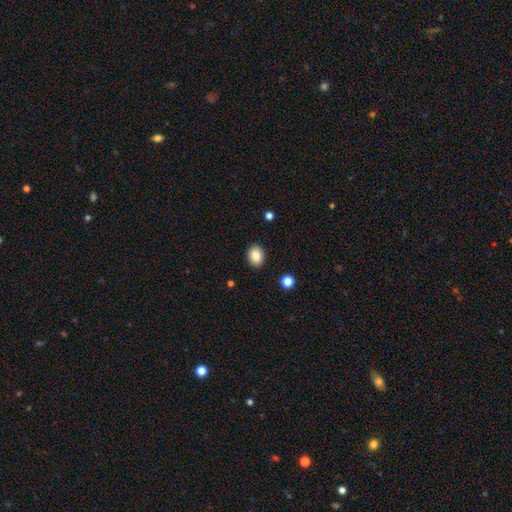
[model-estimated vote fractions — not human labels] Smooth or featured? smooth (86%)
How rounded? in between (65%)
Merging? none (90%)